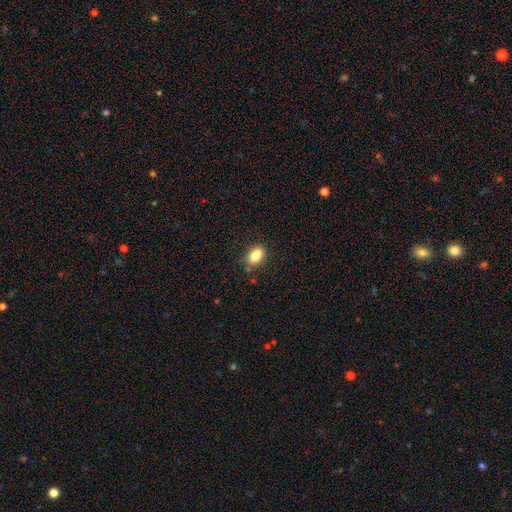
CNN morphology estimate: The model was most divided on "merging": none: 79%, minor disturbance: 15%, major disturbance: 3%, merger: 2%. More confident: smooth or featured — smooth (83%); how rounded — in between (83%).